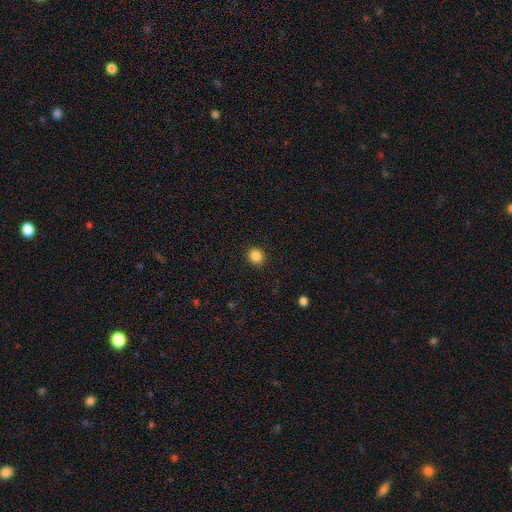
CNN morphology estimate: type=smooth (85%); roundness=round (84%); merging=none (91%).